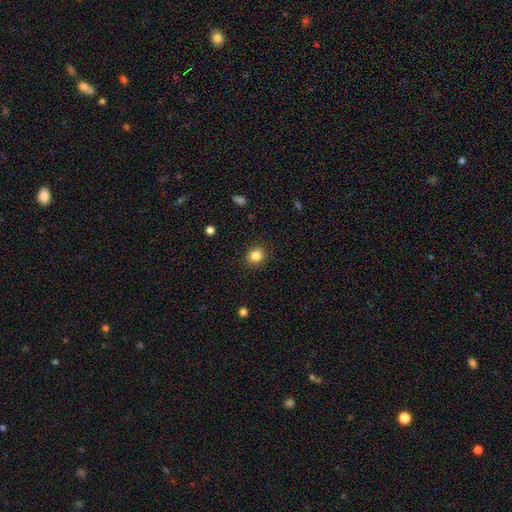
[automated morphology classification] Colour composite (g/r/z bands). It shows a smooth galaxy with no disk features (84%) that is round (73%). Merging: none (90%).